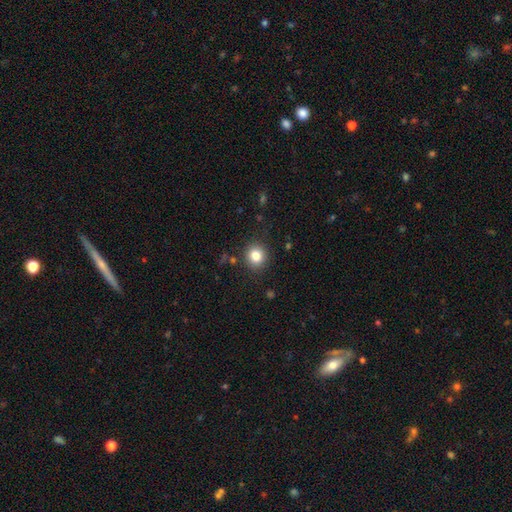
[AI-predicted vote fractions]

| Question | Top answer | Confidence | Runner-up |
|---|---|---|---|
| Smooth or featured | smooth | 83% | star or artifact (11%) |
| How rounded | round | 85% | in between (14%) |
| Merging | none | 88% | minor disturbance (8%) |